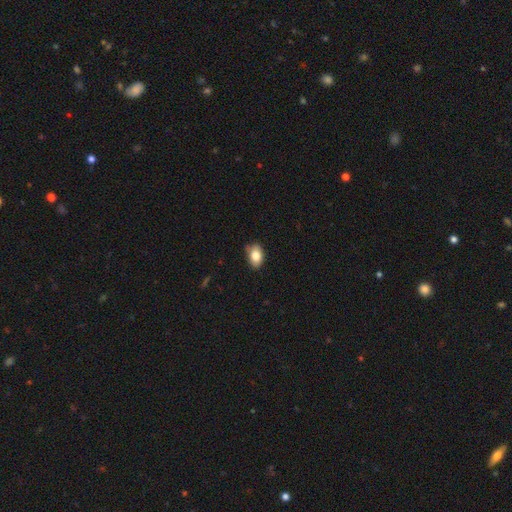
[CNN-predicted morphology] smooth_or_featured: smooth (p=0.82) [alt: featured or disk p=0.10]
how_rounded: in between (p=0.85) [alt: round p=0.13]
merging: none (p=0.71) [alt: minor disturbance p=0.24]